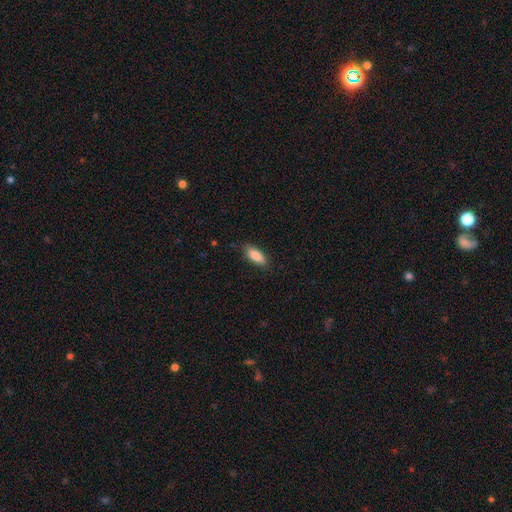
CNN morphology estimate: Smooth or featured? smooth (87%)
How rounded? in between (76%)
Merging? none (82%)